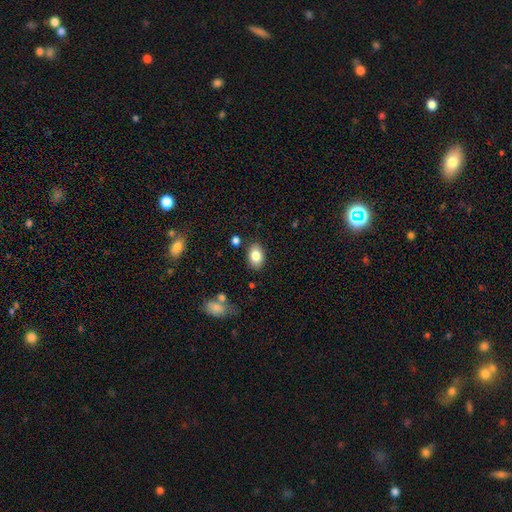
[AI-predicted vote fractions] The model was most divided on "how rounded": in between: 82%, round: 17%, cigar-shaped: 1%. More confident: merging — none (85%); smooth or featured — smooth (82%).